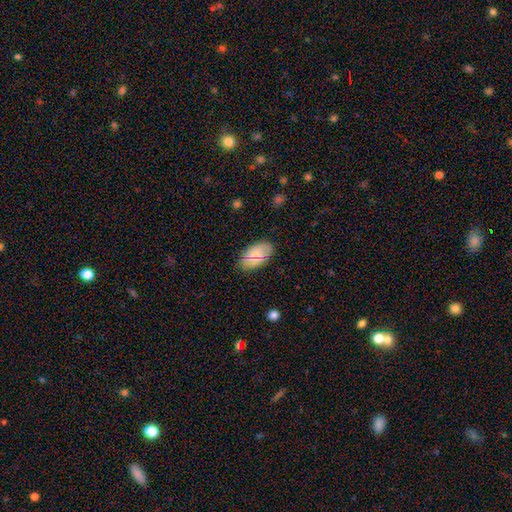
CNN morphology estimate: smooth 70%, featured or disk 19%, star or artifact 11%. Down the decision tree: how rounded — in between (93%); merging — none (82%).